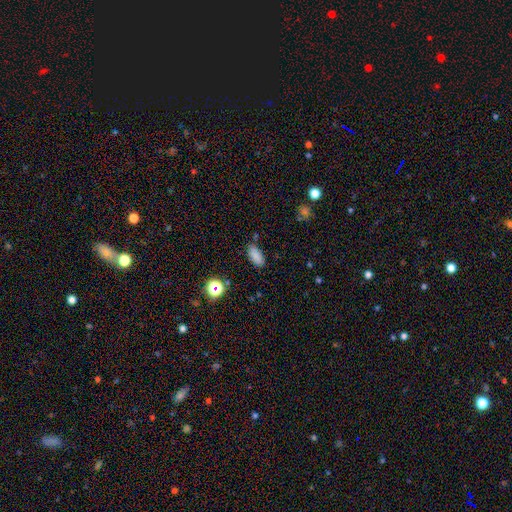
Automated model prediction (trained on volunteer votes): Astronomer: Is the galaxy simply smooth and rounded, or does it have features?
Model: smooth — 82%.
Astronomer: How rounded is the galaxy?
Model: in between — 87%.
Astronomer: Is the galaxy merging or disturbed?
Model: none — 79%.